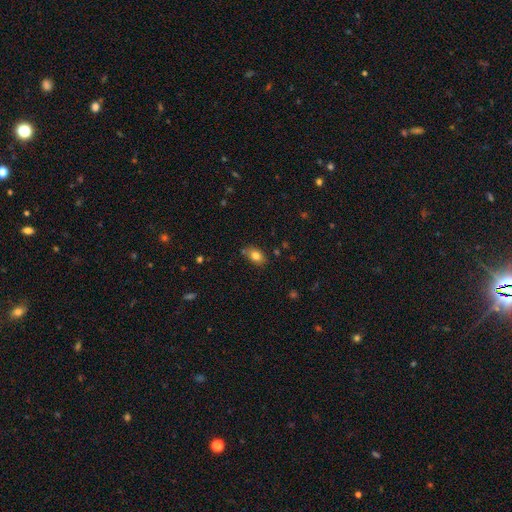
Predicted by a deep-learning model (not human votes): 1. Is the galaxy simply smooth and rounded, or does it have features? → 80% smooth, 10% star or artifact, 10% featured or disk.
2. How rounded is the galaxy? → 78% in between, 20% round, 2% cigar-shaped.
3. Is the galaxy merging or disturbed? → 76% none, 16% minor disturbance, 4% merger, 3% major disturbance.